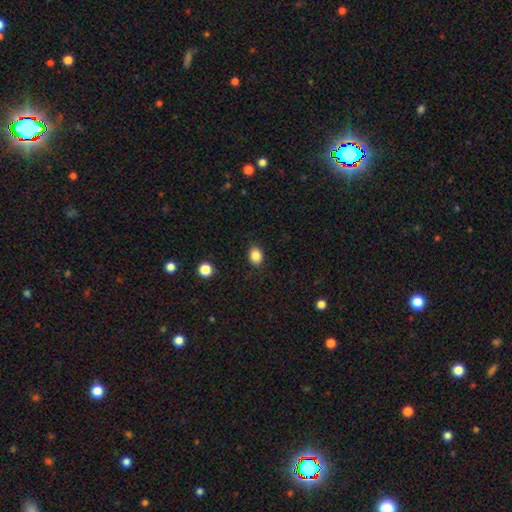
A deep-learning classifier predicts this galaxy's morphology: The model was most divided on "how rounded": in between: 62%, round: 37%, cigar-shaped: 1%. More confident: merging — none (88%); smooth or featured — smooth (86%).